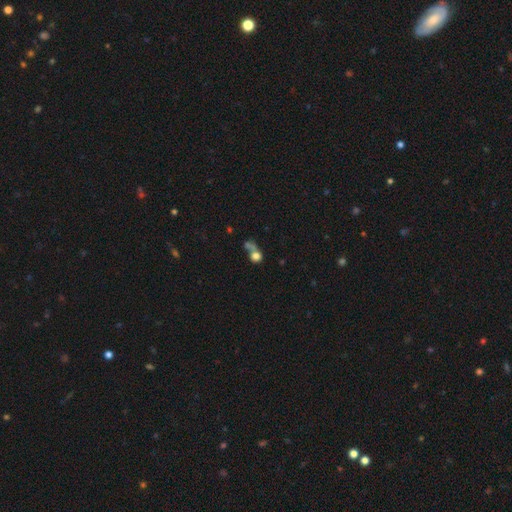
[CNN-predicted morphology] A smooth galaxy with no disk features (67%) that is round (73%). Merging: merger (47%).